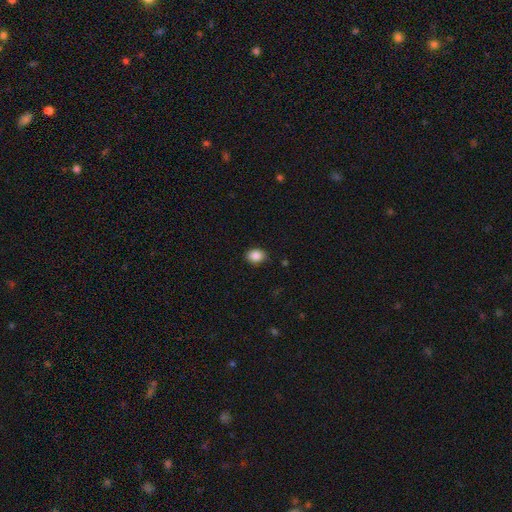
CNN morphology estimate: Smooth or featured: smooth — 87% (star or artifact — 9%)
How rounded: in between — 59% (round — 40%)
Merging: none — 85% (minor disturbance — 11%)